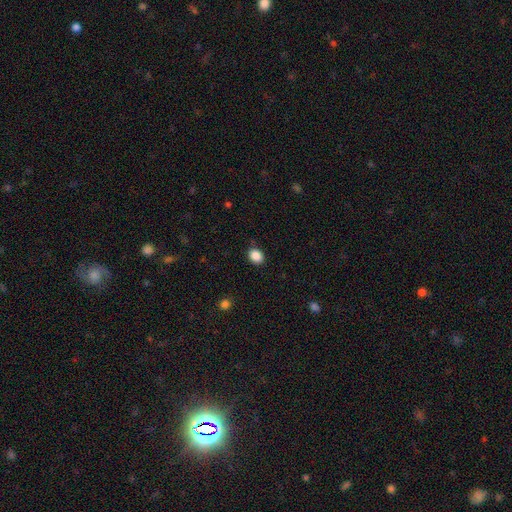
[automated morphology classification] Q: Smooth or featured?
A: smooth (88%); runner-up: star or artifact (9%)
Q: How rounded?
A: in between (50%); runner-up: round (49%)
Q: Merging?
A: none (86%); runner-up: minor disturbance (10%)